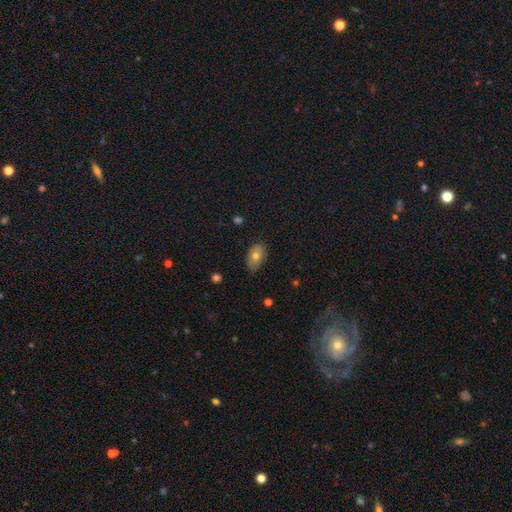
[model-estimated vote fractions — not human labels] smooth-or-featured: smooth: 74% | featured or disk: 18% | star or artifact: 8%
  how-rounded: in between: 90% | round: 8% | cigar-shaped: 2%
  merging: none: 80% | minor disturbance: 17% | major disturbance: 3% | merger: 1%